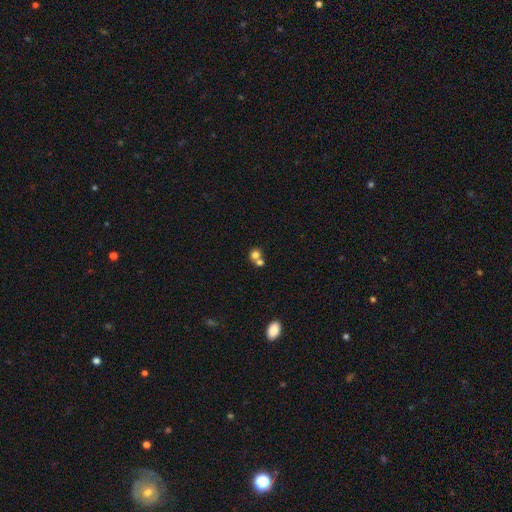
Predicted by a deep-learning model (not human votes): A smooth galaxy with no disk features (76%) that is round (79%).

Vote fractions:
- Smooth or featured? smooth: 76% / star or artifact: 12% / featured or disk: 12%
- How rounded? round: 79% / in between: 20% / cigar-shaped: 1%
- Merging? merger: 53% / none: 38% / minor disturbance: 6% / major disturbance: 3%